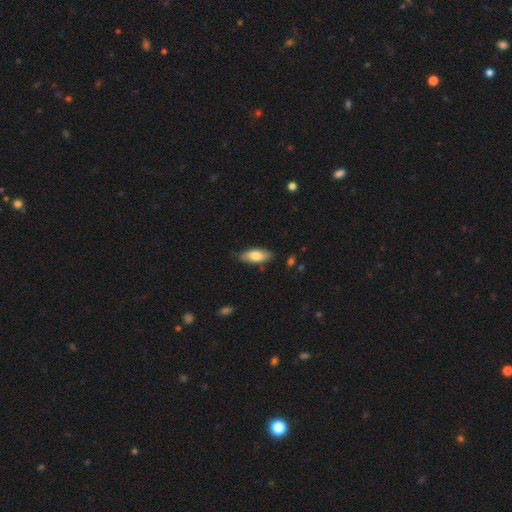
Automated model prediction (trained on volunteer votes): smooth 76%, featured or disk 17%, star or artifact 6%. Down the decision tree: how rounded — in between (82%); merging — none (80%).